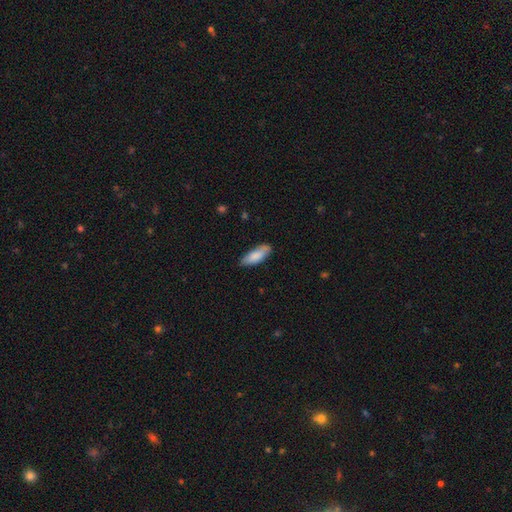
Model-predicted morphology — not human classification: Smooth or featured? Predicted: smooth (p=0.82). How rounded? Predicted: in between (p=0.70). Merging? Predicted: none (p=0.74).